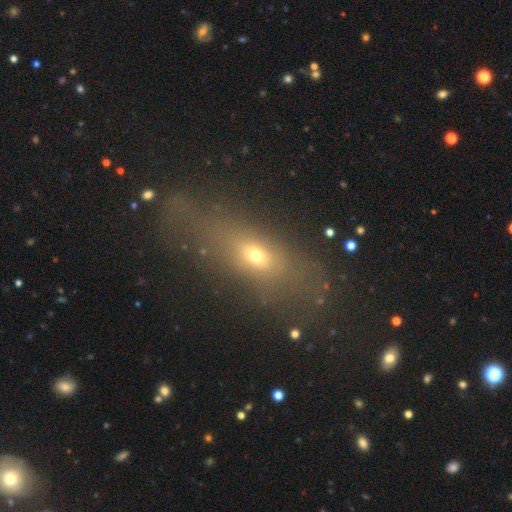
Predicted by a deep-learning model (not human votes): Overall: smooth (54%; featured or disk 24%). How rounded: in between (53%; cigar-shaped 30%). Merging: none (52%; major disturbance 22%).